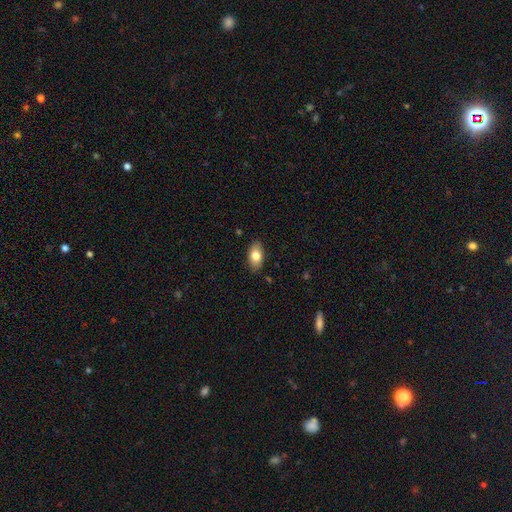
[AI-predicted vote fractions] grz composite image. It shows a smooth galaxy with no disk features (80%) that is in between round and cigar-shaped (91%). Merging: none (87%).